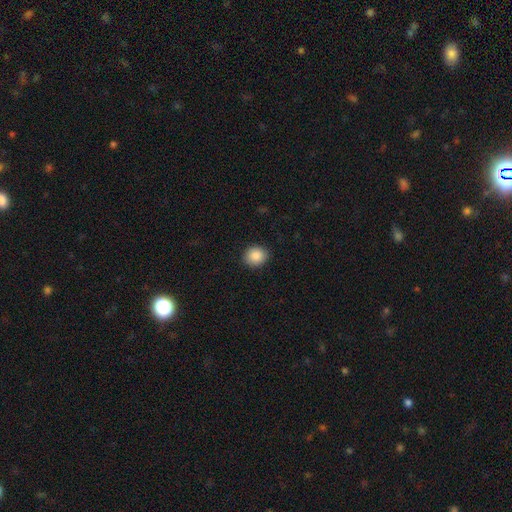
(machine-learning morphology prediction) This is clearly a smooth galaxy (88%). How rounded: likely round (76%). Merging: clearly none (89%).